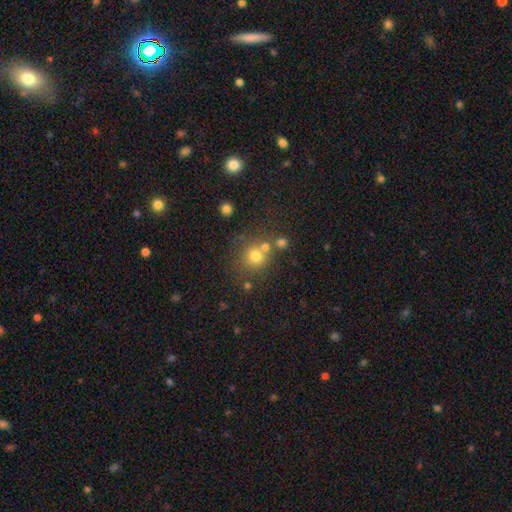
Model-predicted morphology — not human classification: A smooth galaxy with no disk features (72%) that is round (87%).

Vote fractions:
- Smooth or featured? smooth: 72% / star or artifact: 17% / featured or disk: 11%
- How rounded? round: 87% / in between: 12% / cigar-shaped: 1%
- Merging? none: 60% / merger: 25% / minor disturbance: 10% / major disturbance: 4%